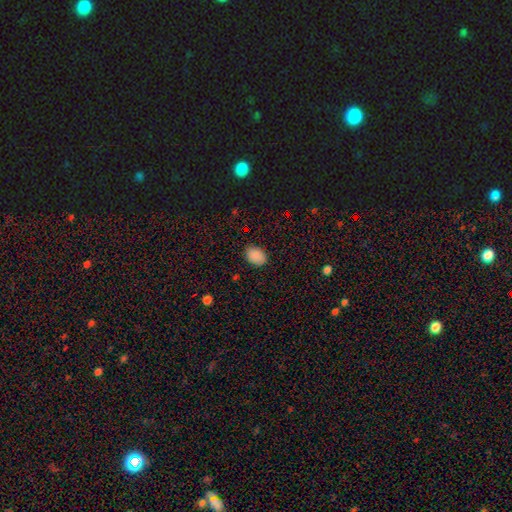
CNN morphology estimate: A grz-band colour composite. It shows a smooth galaxy with no disk features (87%) that is in between round and cigar-shaped (77%). Merging: none (85%).